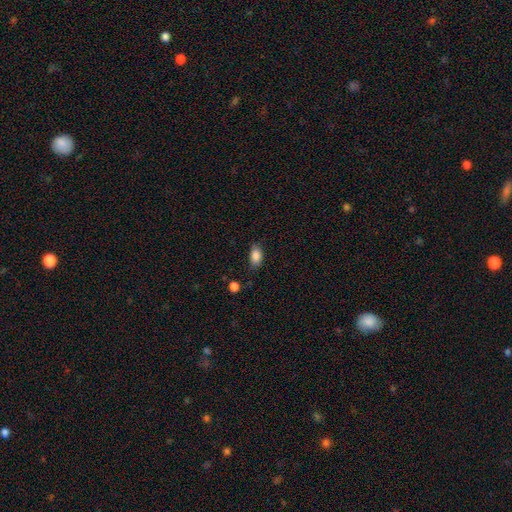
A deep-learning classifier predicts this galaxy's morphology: This appears to be a smooth galaxy with no disk features (86%) that is in between round and cigar-shaped (88%). Merging: none (75%).